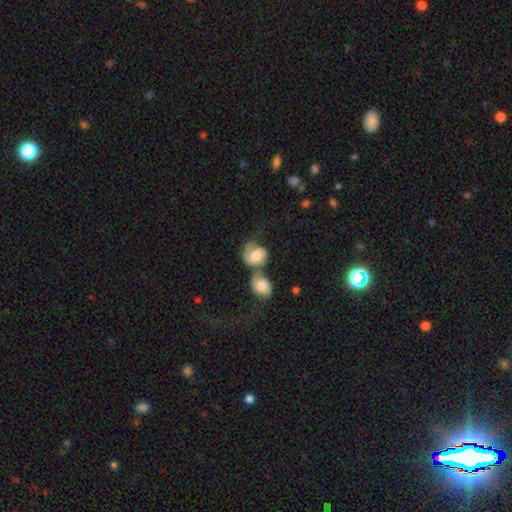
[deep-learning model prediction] smooth 50%, featured or disk 42%, star or artifact 8%. Down the decision tree: how rounded — round (55%); merging — merger (58%).